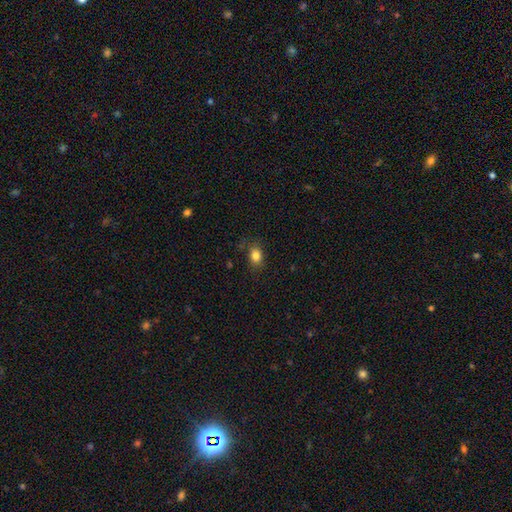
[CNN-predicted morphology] Q: Smooth or featured?
A: smooth (83%); runner-up: star or artifact (11%)
Q: How rounded?
A: in between (68%); runner-up: round (30%)
Q: Merging?
A: none (80%); runner-up: minor disturbance (14%)